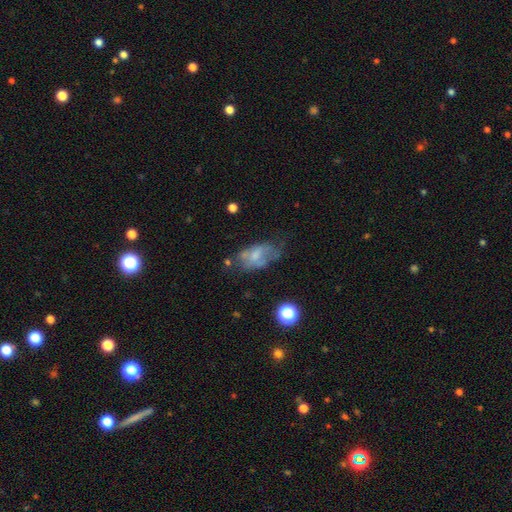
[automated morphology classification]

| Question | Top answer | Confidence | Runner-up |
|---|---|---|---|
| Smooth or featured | smooth | 47% | featured or disk (42%) |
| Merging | none | 39% | minor disturbance (30%) |